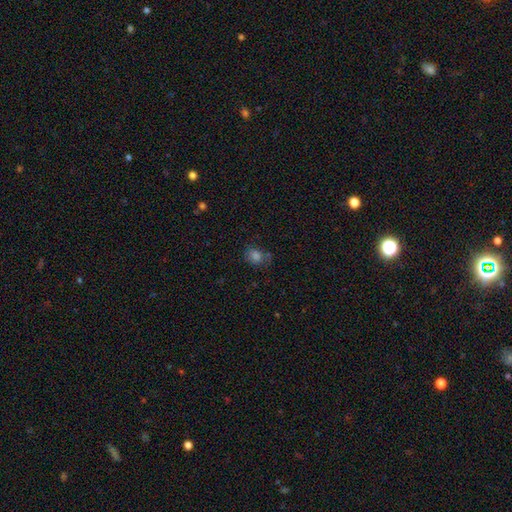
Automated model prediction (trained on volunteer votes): smooth_or_featured: smooth (p=0.64) [alt: star or artifact p=0.24]
how_rounded: round (p=0.53) [alt: in between p=0.46]
merging: none (p=0.68) [alt: minor disturbance p=0.19]